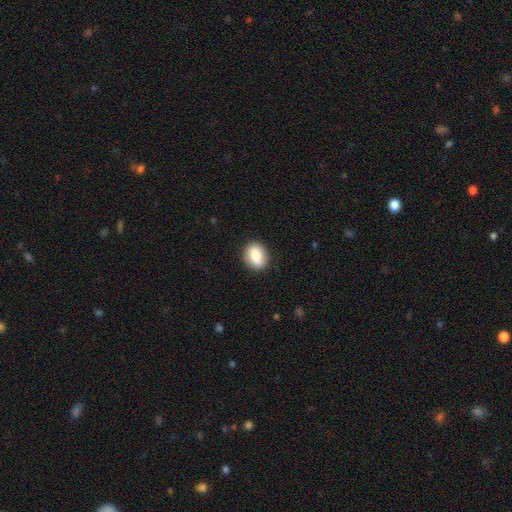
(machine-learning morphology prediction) This appears to be a smooth galaxy with no disk features (86%) that is in between round and cigar-shaped (60%). Merging: none (88%).